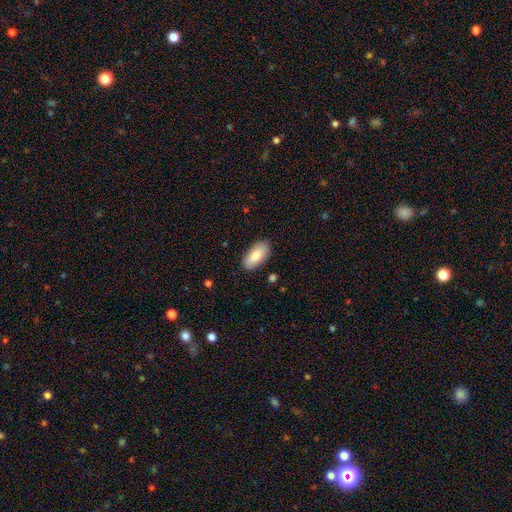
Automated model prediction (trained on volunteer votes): Smooth or featured: smooth — 84% (featured or disk — 11%)
How rounded: in between — 92% (cigar-shaped — 6%)
Merging: none — 87% (minor disturbance — 10%)